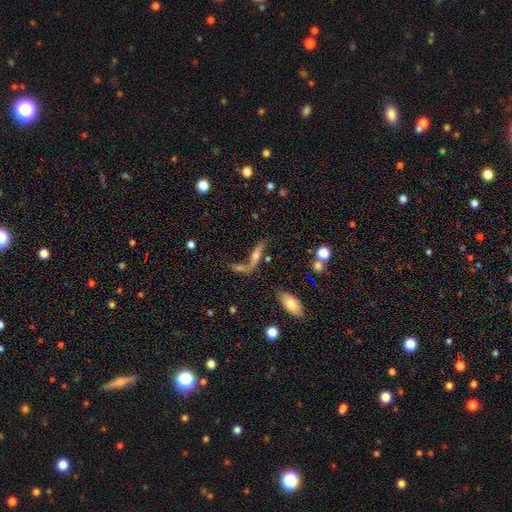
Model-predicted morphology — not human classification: Smooth or featured: featured or disk — 62% (smooth — 23%)
Edge-on disk: no — 51% (yes — 49%)
Merging: none — 44% (merger — 26%)